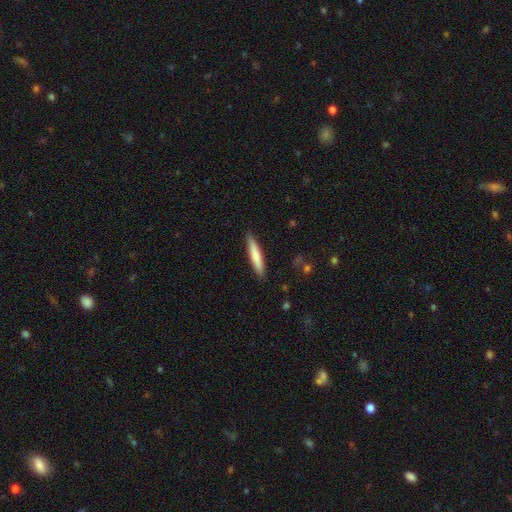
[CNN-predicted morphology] A smooth galaxy with no disk features (72%) that is cigar-shaped (91%).

Vote fractions:
- Smooth or featured? smooth: 72% / featured or disk: 23% / star or artifact: 5%
- How rounded? cigar-shaped: 91% / in between: 8% / round: 1%
- Merging? none: 89% / minor disturbance: 8% / major disturbance: 2% / merger: 1%